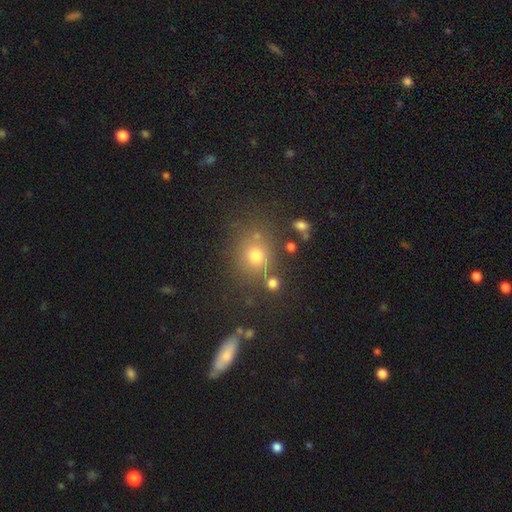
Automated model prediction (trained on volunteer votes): Smooth or featured: smooth — 71% (star or artifact — 19%)
How rounded: round — 79% (in between — 20%)
Merging: none — 72% (minor disturbance — 12%)